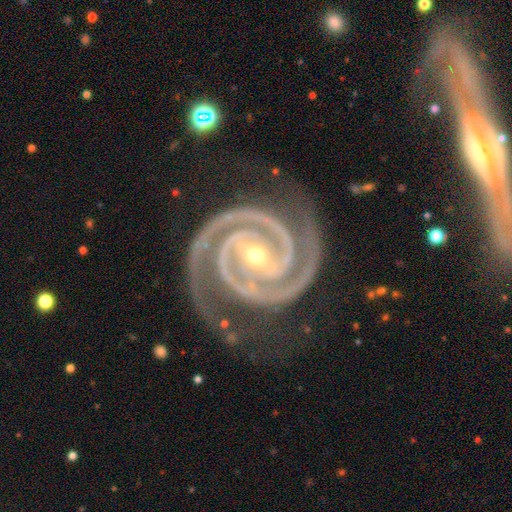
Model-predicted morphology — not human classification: Smooth or featured?
  - featured or disk: 95% *
  - star or artifact: 3%
  - smooth: 2%
Edge-on disk?
  - no: 98% *
  - yes: 2%
Bar?
  - strong: 56% *
  - weak: 26%
  - no: 18%
Spiral arms?
  - yes: 99% *
  - no: 1%
Spiral winding?
  - tight: 83% *
  - medium: 16%
  - loose: 2%
Spiral arm count?
  - 2: 89% *
  - 3: 5%
  - can't tell: 2%
  - 4: 1%
  - more than 4: 1%
  - 1: 1%
Bulge size?
  - small: 57% *
  - moderate: 40%
  - large: 1%
  - none: 1%
  - dominant: 1%
Merging?
  - none: 78% *
  - minor disturbance: 15%
  - major disturbance: 6%
  - merger: 2%